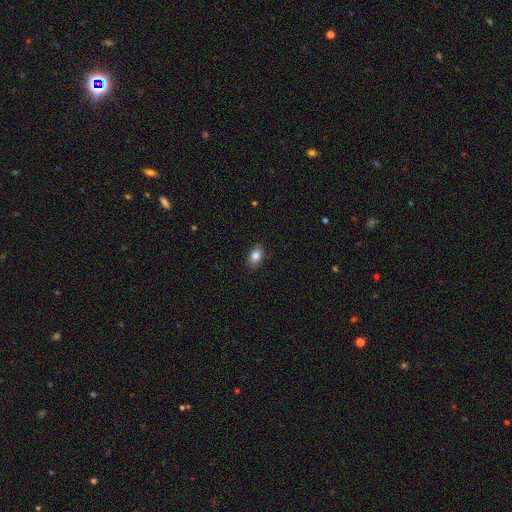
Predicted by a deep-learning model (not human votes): Overall: smooth (84%). How rounded: in between (86%). Merging: none (86%).